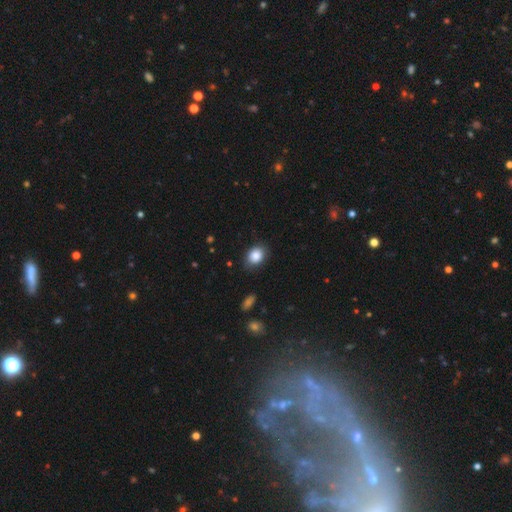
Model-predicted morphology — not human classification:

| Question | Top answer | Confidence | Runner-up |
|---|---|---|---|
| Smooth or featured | smooth | 85% | star or artifact (8%) |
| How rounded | in between | 59% | round (40%) |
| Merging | none | 78% | minor disturbance (17%) |